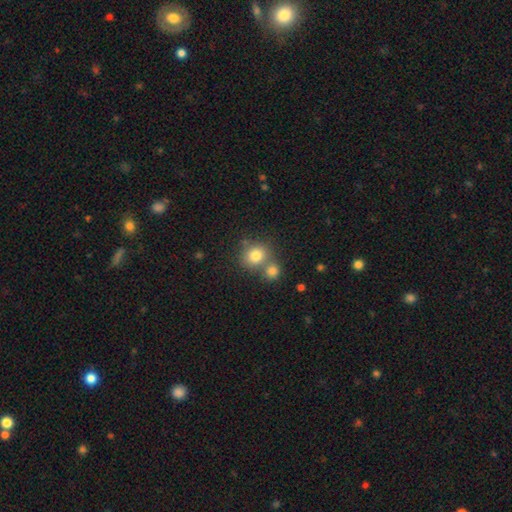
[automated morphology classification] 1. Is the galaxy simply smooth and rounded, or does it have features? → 79% smooth, 11% star or artifact, 9% featured or disk.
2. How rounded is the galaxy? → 79% round, 20% in between, 1% cigar-shaped.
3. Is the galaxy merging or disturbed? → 52% none, 36% merger, 9% minor disturbance, 3% major disturbance.